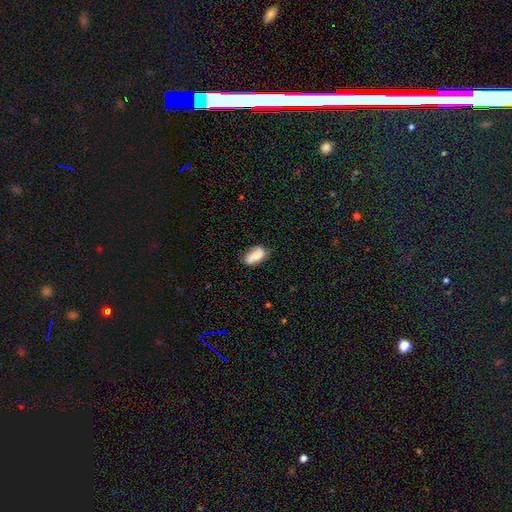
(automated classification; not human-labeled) Smooth or featured? Predicted: smooth (p=0.62). How rounded? Predicted: in between (p=0.90). Merging? Predicted: none (p=0.65).